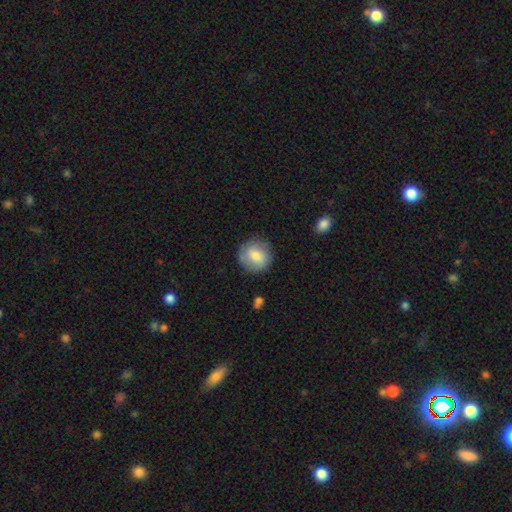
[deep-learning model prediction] A smooth galaxy with no disk features (74%) that is round (90%). Merging: none (81%).